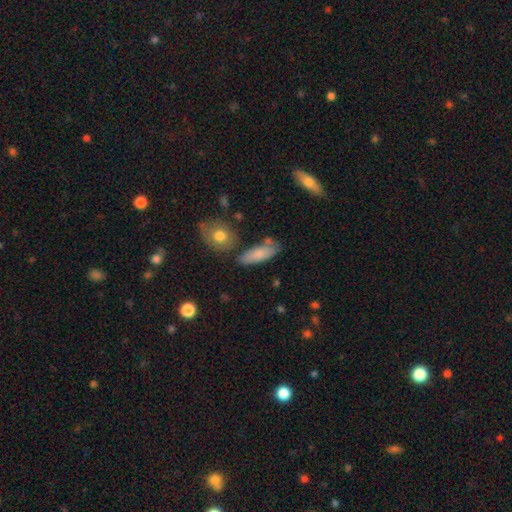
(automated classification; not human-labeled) This is likely a smooth galaxy (75%). How rounded: possibly in between (57%). Merging: likely none (72%).